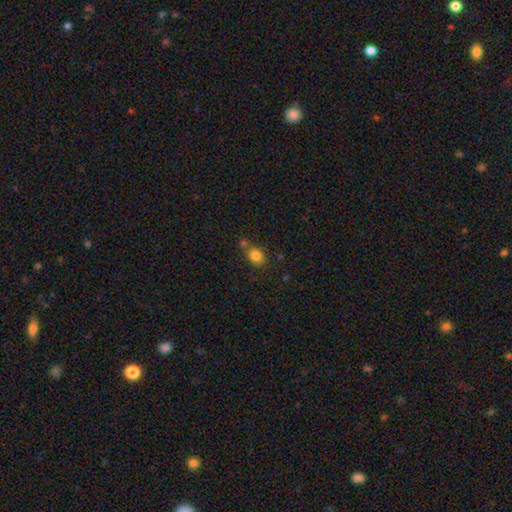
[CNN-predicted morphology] Smooth or featured?
  - smooth: 81% *
  - star or artifact: 10%
  - featured or disk: 8%
How rounded?
  - in between: 51% *
  - round: 48%
  - cigar-shaped: 1%
Merging?
  - none: 57% *
  - merger: 23%
  - minor disturbance: 16%
  - major disturbance: 5%